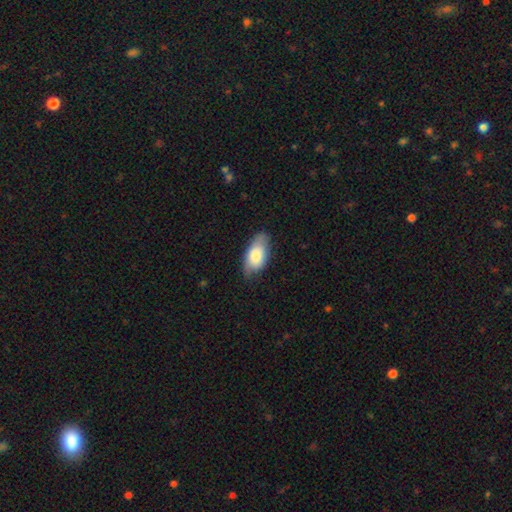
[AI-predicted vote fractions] smooth 77%, featured or disk 17%, star or artifact 6%. Down the decision tree: how rounded — in between (93%); merging — none (67%).